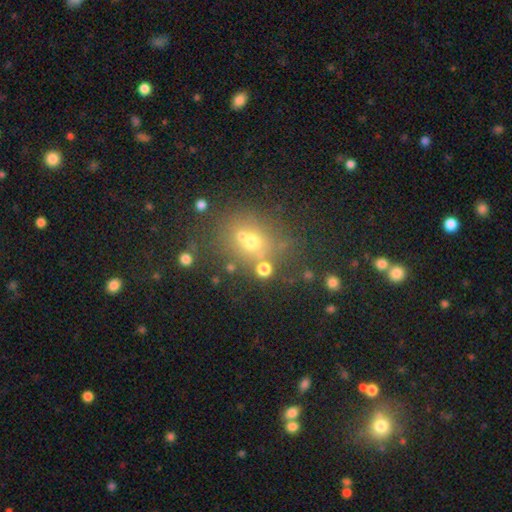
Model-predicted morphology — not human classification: This appears to be a smooth galaxy with no disk features (51%) that is round (49%). Merging: none (69%).